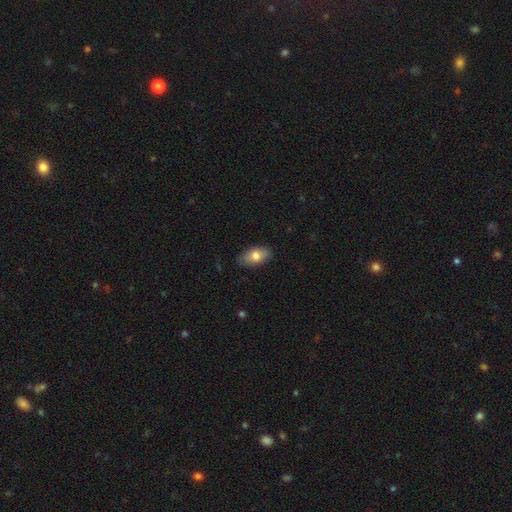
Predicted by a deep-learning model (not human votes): A smooth galaxy with no disk features (77%) that is in between round and cigar-shaped (92%).

Vote fractions:
- Smooth or featured? smooth: 77% / featured or disk: 16% / star or artifact: 7%
- How rounded? in between: 92% / round: 6% / cigar-shaped: 2%
- Merging? none: 84% / minor disturbance: 13% / major disturbance: 2% / merger: 1%